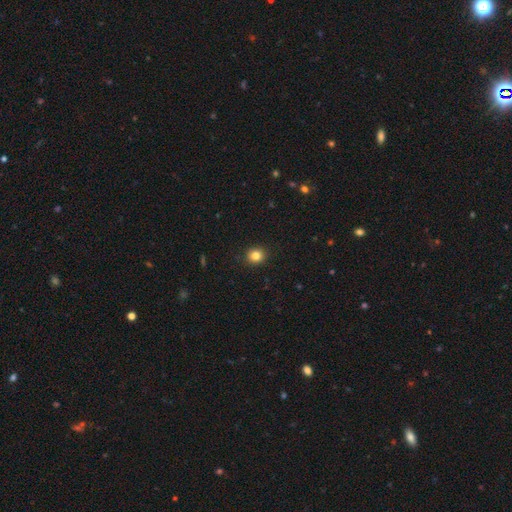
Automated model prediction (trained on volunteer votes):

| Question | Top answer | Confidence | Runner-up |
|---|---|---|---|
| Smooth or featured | smooth | 83% | star or artifact (11%) |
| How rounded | round | 83% | in between (16%) |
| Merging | none | 92% | minor disturbance (6%) |